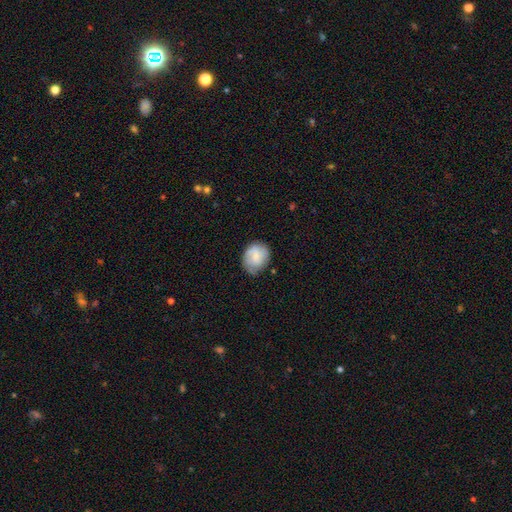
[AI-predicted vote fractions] Q: Smooth or featured?
A: smooth (60%); runner-up: featured or disk (33%)
Q: How rounded?
A: round (58%); runner-up: in between (41%)
Q: Merging?
A: none (70%); runner-up: minor disturbance (23%)